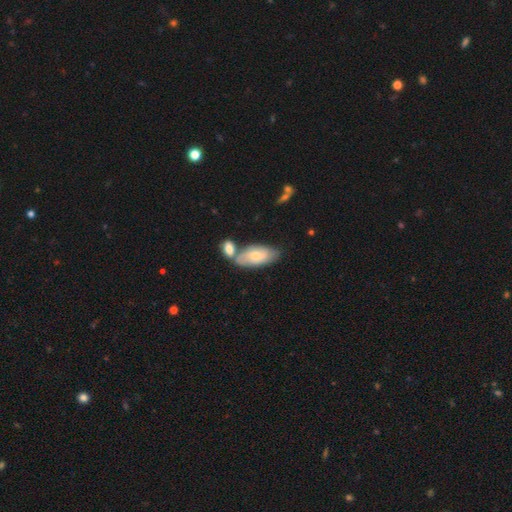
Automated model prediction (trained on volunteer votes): This appears to be a smooth galaxy with no disk features (61%) that is in between round and cigar-shaped (88%). Merging: none (47%).